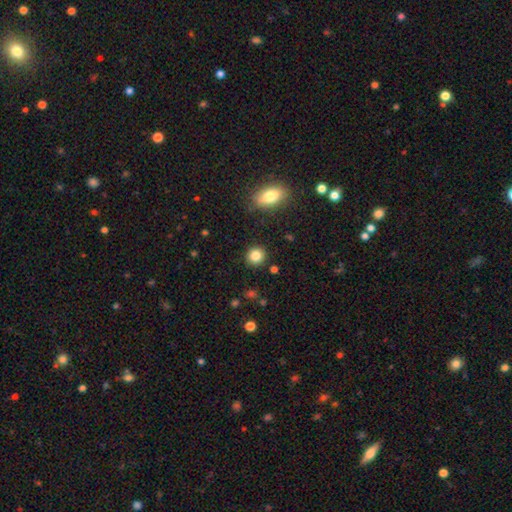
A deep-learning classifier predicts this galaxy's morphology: Overall: smooth (85%). How rounded: round (88%). Merging: none (90%).